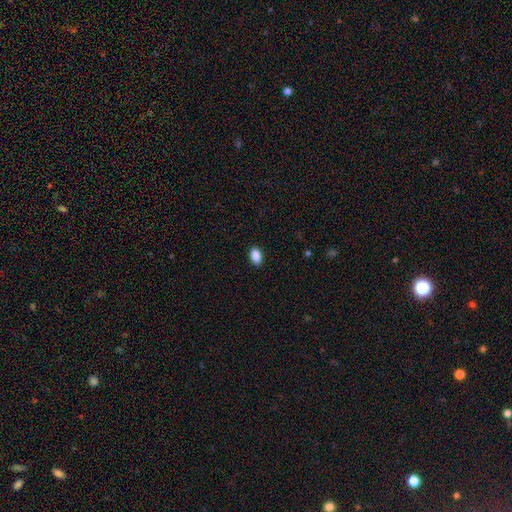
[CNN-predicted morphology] Smooth or featured? Predicted: smooth (p=0.89). How rounded? Predicted: in between (p=0.91). Merging? Predicted: none (p=0.90).